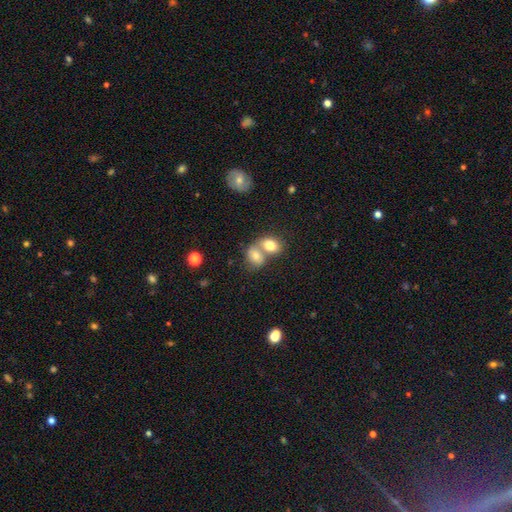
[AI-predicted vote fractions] Morphology: type=smooth (76%); roundness=in between (62%); merging=merger (63%).